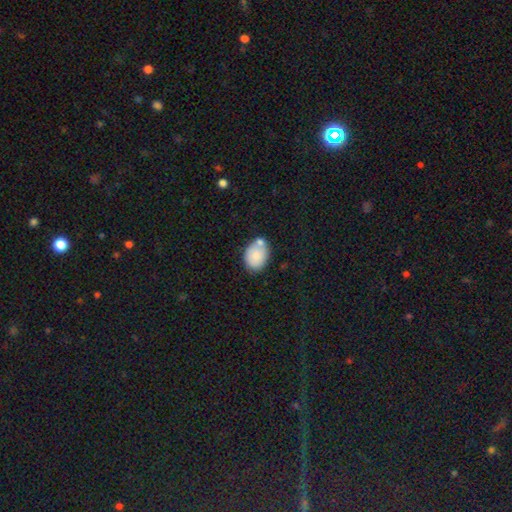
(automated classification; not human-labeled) Smooth or featured?
  - smooth: 80% *
  - featured or disk: 13%
  - star or artifact: 7%
How rounded?
  - in between: 73% *
  - round: 26%
  - cigar-shaped: 1%
Merging?
  - none: 56% *
  - merger: 20%
  - minor disturbance: 20%
  - major disturbance: 5%